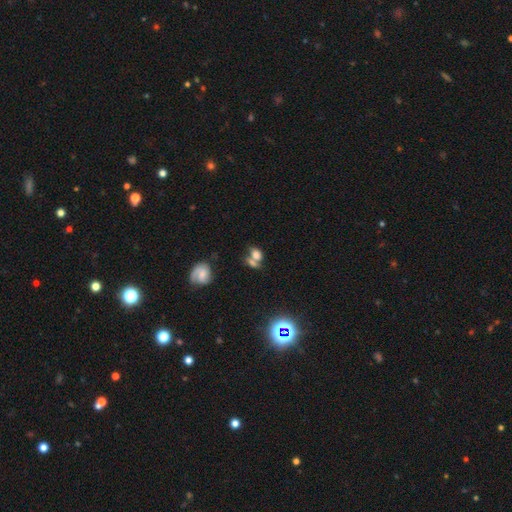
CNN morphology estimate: smooth 62%, featured or disk 21%, star or artifact 17%. Down the decision tree: how rounded — in between (64%); merging — merger (55%).